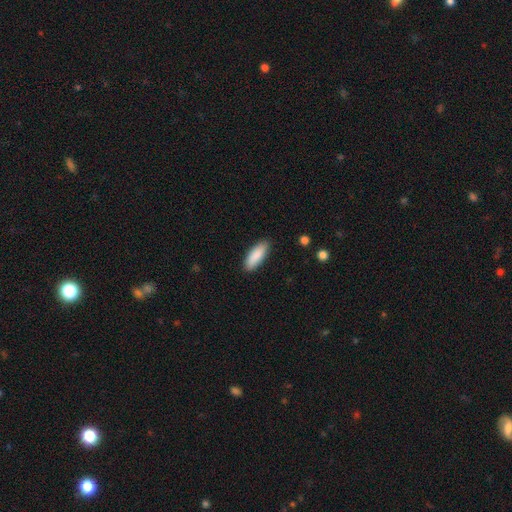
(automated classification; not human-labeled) This appears to be a smooth galaxy with no disk features (88%) that is in between round and cigar-shaped (66%). Merging: none (87%).